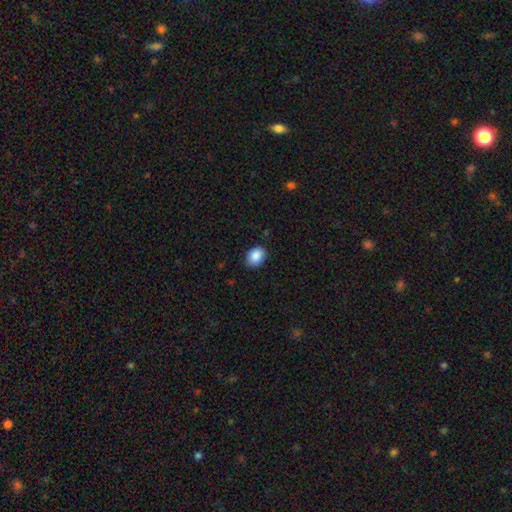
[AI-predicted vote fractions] Smooth or featured?
  - smooth: 89% *
  - star or artifact: 8%
  - featured or disk: 4%
How rounded?
  - in between: 64% *
  - round: 35%
  - cigar-shaped: 1%
Merging?
  - none: 85% *
  - minor disturbance: 12%
  - major disturbance: 2%
  - merger: 1%